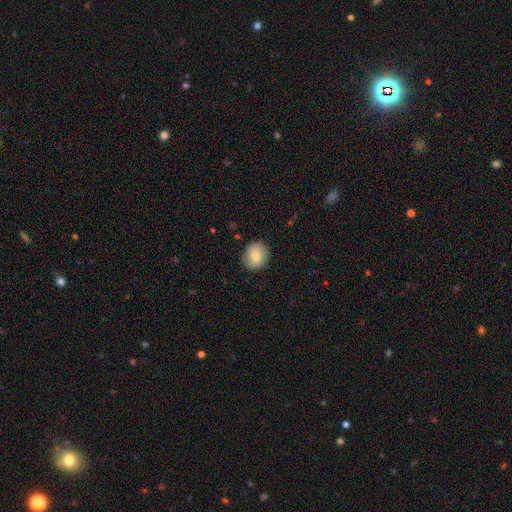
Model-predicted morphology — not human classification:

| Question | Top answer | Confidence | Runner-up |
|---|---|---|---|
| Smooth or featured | smooth | 78% | featured or disk (14%) |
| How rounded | round | 75% | in between (24%) |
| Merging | none | 87% | minor disturbance (10%) |